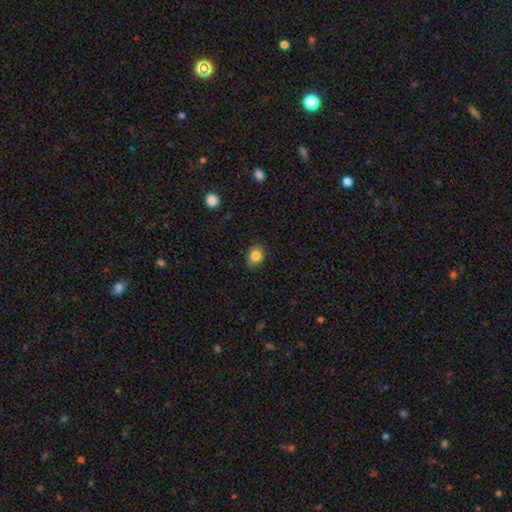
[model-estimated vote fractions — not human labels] Morphology: type=smooth (84%); roundness=round (50%); merging=none (84%).